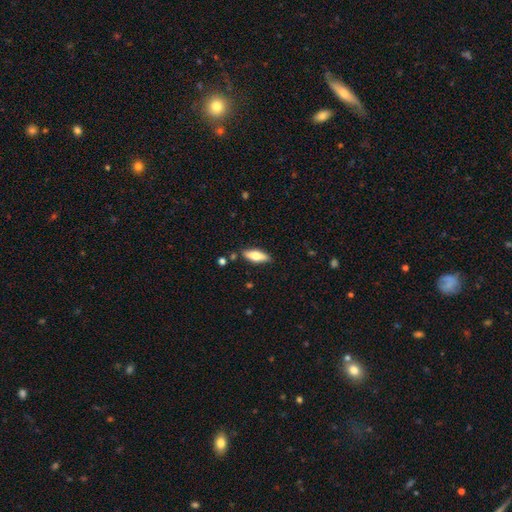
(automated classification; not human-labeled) This is likely a smooth galaxy (63%). How rounded: likely in between (64%). Merging: clearly none (85%).